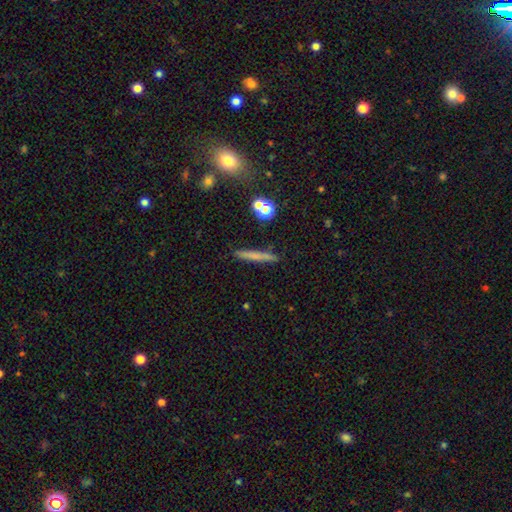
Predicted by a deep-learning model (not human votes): A smooth galaxy with no disk features (64%) that is cigar-shaped (93%).

Vote fractions:
- Smooth or featured? smooth: 64% / featured or disk: 26% / star or artifact: 10%
- How rounded? cigar-shaped: 93% / in between: 4% / round: 3%
- Merging? none: 88% / minor disturbance: 7% / merger: 3% / major disturbance: 2%